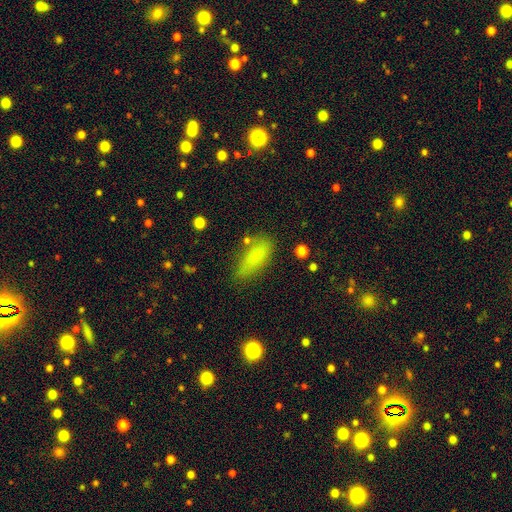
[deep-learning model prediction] This is likely a smooth galaxy (80%). How rounded: likely in between (71%). Merging: likely none (65%).